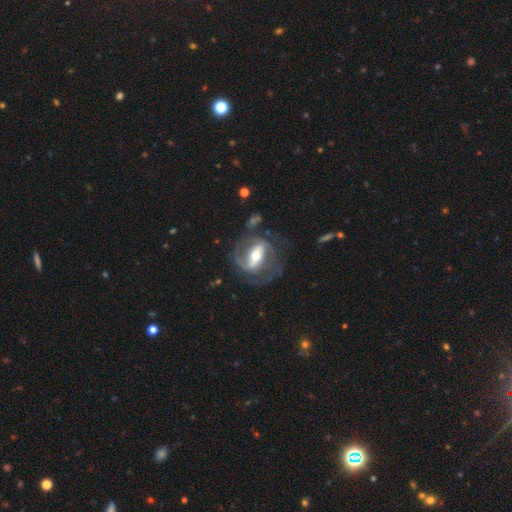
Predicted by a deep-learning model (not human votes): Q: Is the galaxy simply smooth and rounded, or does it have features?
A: featured or disk — 84%.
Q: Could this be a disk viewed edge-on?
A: no — 94%.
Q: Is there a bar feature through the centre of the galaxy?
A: strong — 61%.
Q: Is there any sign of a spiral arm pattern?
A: yes — 89%.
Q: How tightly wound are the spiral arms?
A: medium — 49%.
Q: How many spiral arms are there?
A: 2 — 81%.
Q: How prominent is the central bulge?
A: moderate — 64%.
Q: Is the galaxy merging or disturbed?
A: none — 64%.